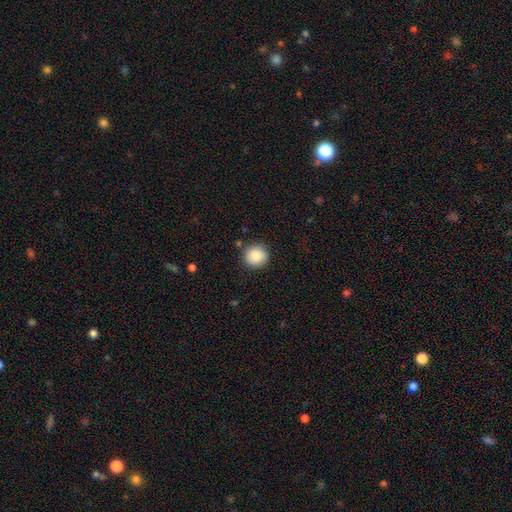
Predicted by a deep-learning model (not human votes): A smooth galaxy with no disk features (87%) that is round (92%). Merging: none (87%).